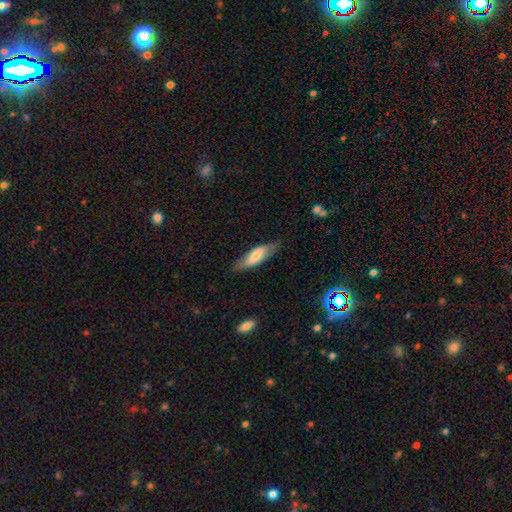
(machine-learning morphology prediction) type=smooth (63%); roundness=in between (49%, tied with cigar-shaped); merging=none (76%).